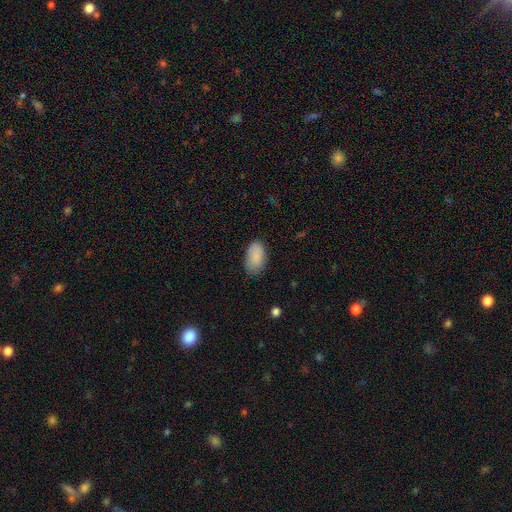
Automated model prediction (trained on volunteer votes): Smooth or featured?
  - smooth: 88% *
  - star or artifact: 7%
  - featured or disk: 5%
How rounded?
  - in between: 94% *
  - round: 4%
  - cigar-shaped: 2%
Merging?
  - none: 77% *
  - minor disturbance: 18%
  - major disturbance: 4%
  - merger: 1%